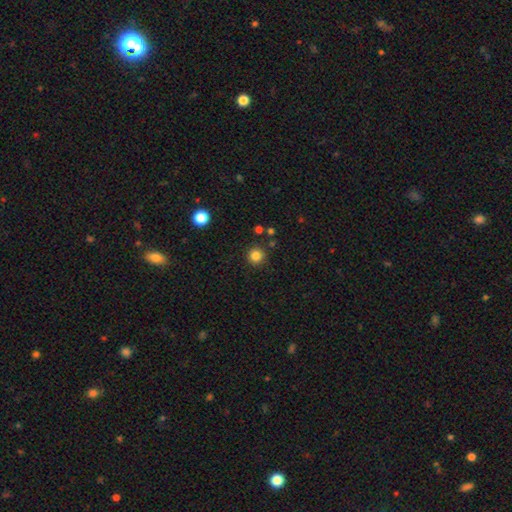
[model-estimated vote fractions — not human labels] Smooth or featured? smooth (83%)
How rounded? round (95%)
Merging? none (89%)